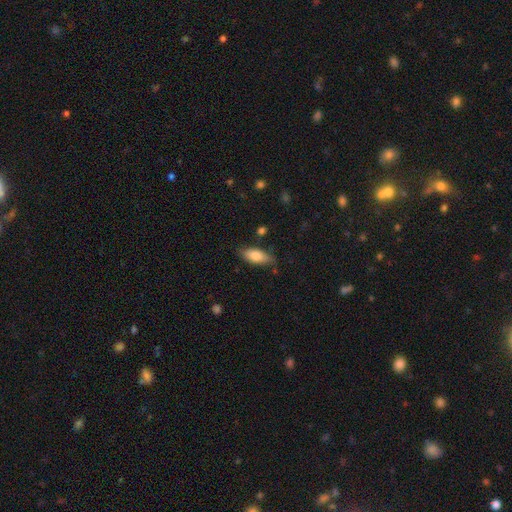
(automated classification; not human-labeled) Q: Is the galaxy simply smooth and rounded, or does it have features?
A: smooth — 77%.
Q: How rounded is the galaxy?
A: in between — 81%.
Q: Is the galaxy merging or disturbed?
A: none — 76%.